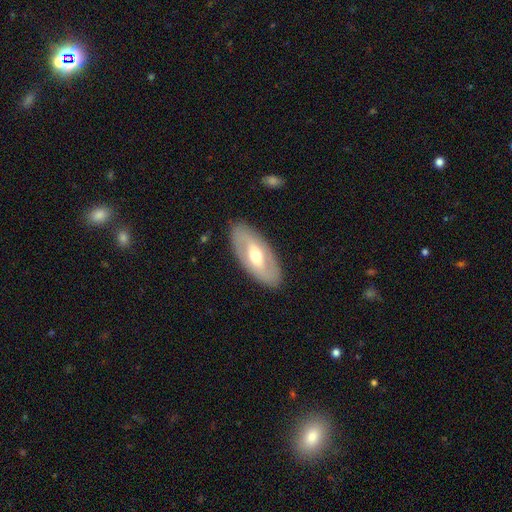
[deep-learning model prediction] A featured or disk galaxy (63%) with a weak bar (39%), spiral arms (50%, tied with no) and a moderate central bulge (69%).

Vote fractions:
- Smooth or featured? featured or disk: 63% / smooth: 32% / star or artifact: 5%
- Edge-on disk? no: 87% / yes: 13%
- Bar? weak: 39% / no: 32% / strong: 29%
- Spiral arms? yes: 50% (tied) / no: 50% (tied)
- Bulge size? moderate: 69% / small: 22% / large: 7% / dominant: 1% / none: 1%
- Merging? none: 86% / minor disturbance: 10% / major disturbance: 3% / merger: 1%